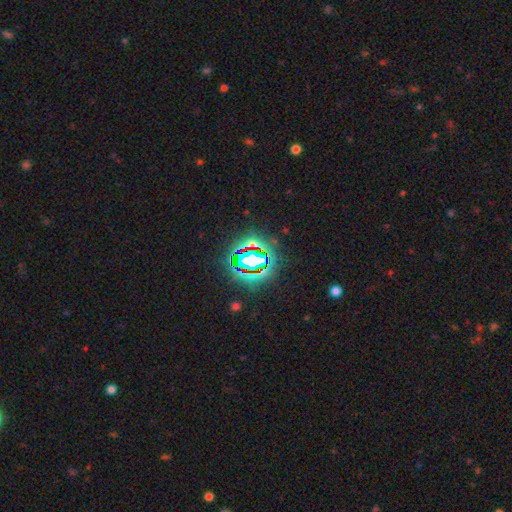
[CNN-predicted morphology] Smooth or featured: star or artifact — 77% (smooth — 13%)